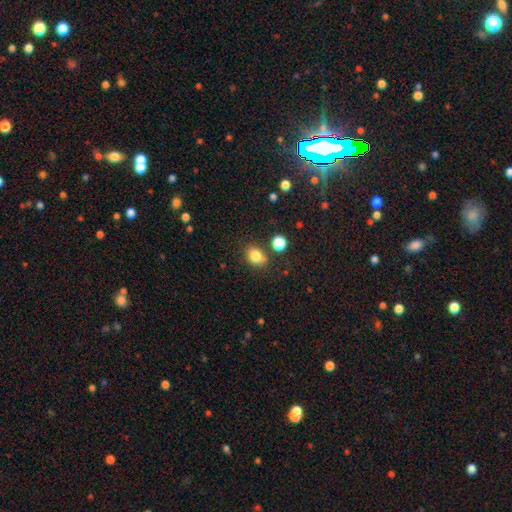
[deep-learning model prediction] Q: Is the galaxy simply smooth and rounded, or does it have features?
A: smooth — 82%.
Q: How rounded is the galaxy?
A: in between — 52%.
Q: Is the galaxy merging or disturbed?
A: none — 73%.